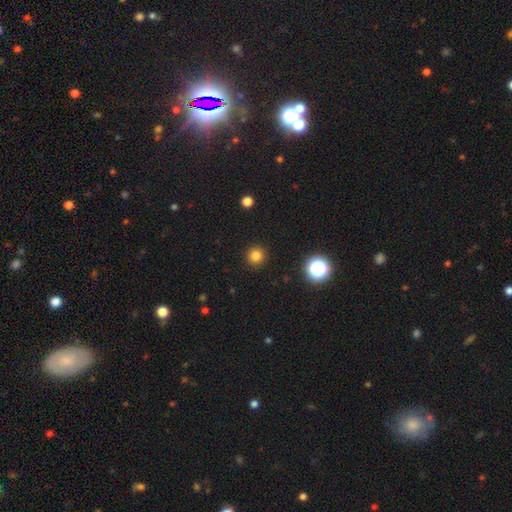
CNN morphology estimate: Smooth or featured?
  - smooth: 81% *
  - star or artifact: 14%
  - featured or disk: 5%
How rounded?
  - round: 95% *
  - in between: 4%
  - cigar-shaped: 1%
Merging?
  - none: 92% *
  - minor disturbance: 5%
  - major disturbance: 2%
  - merger: 1%